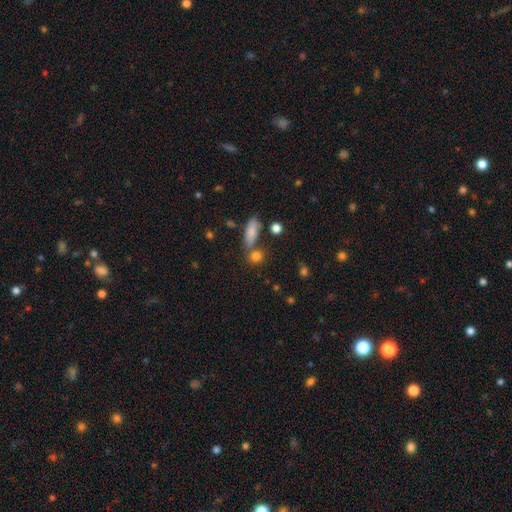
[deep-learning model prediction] smooth 76%, star or artifact 15%, featured or disk 9%. Down the decision tree: how rounded — round (48%); merging — none (67%).